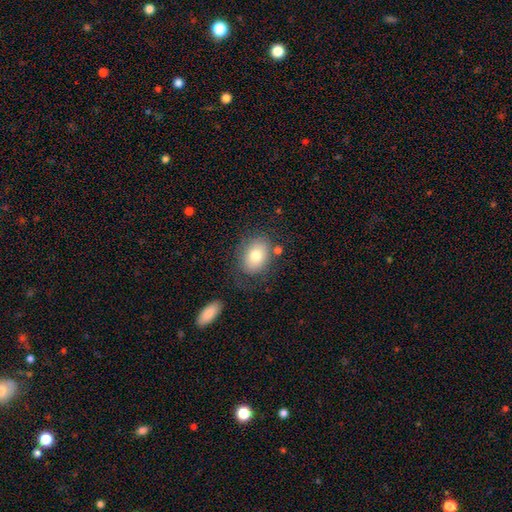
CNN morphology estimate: A smooth galaxy with no disk features (75%) that is in between round and cigar-shaped (68%). Merging: none (66%).